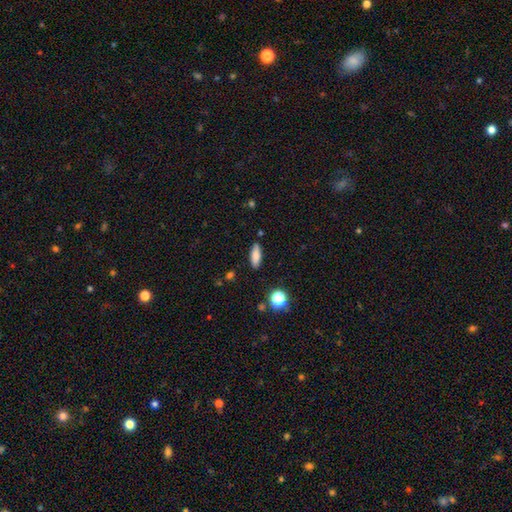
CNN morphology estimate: Q: Smooth or featured?
A: smooth (80%); runner-up: featured or disk (11%)
Q: How rounded?
A: in between (63%); runner-up: cigar-shaped (34%)
Q: Merging?
A: none (85%); runner-up: minor disturbance (10%)